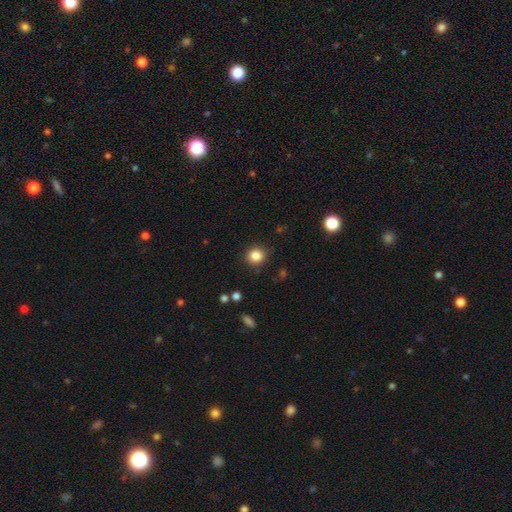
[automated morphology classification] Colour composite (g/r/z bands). It shows a smooth galaxy with no disk features (85%) that is round (87%). Merging: none (88%).